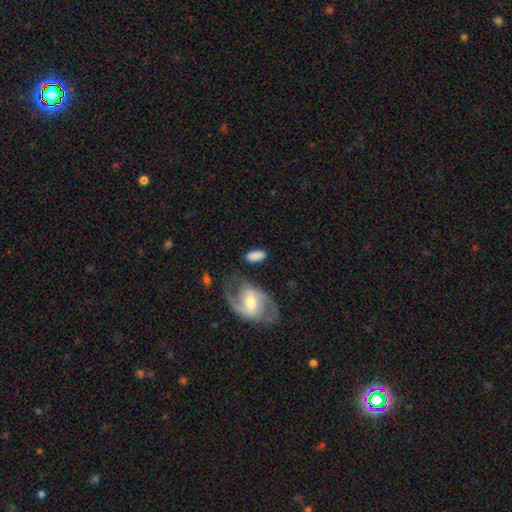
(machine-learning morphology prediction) Overall: smooth (71%). How rounded: in between (88%). Merging: none (68%).